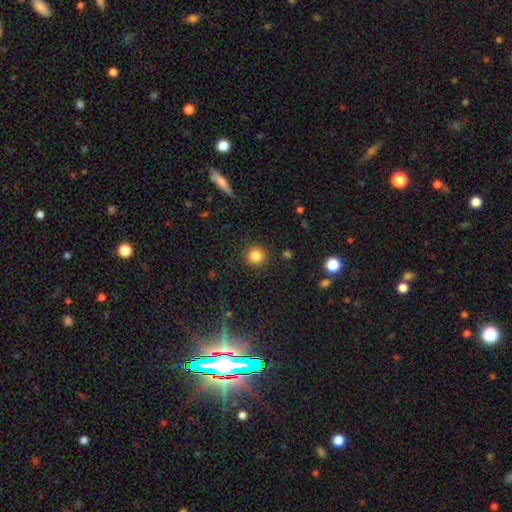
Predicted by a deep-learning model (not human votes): Smooth or featured?
  - smooth: 84% *
  - star or artifact: 12%
  - featured or disk: 5%
How rounded?
  - round: 92% *
  - in between: 7%
  - cigar-shaped: 1%
Merging?
  - none: 90% *
  - minor disturbance: 6%
  - major disturbance: 3%
  - merger: 1%